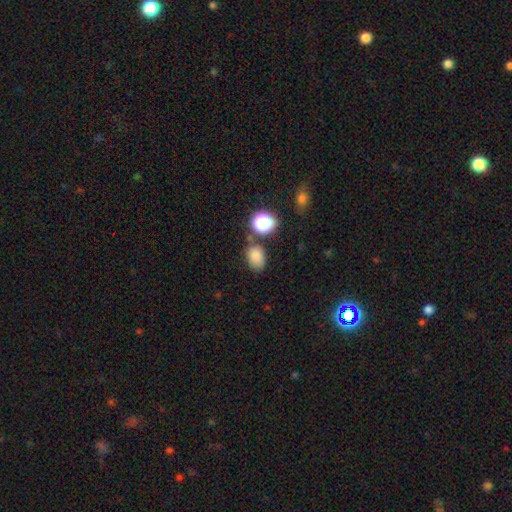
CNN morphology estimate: Smooth or featured?
  - smooth: 80% *
  - star or artifact: 13%
  - featured or disk: 6%
How rounded?
  - in between: 68% *
  - round: 31%
  - cigar-shaped: 1%
Merging?
  - none: 67% *
  - minor disturbance: 16%
  - merger: 12%
  - major disturbance: 5%